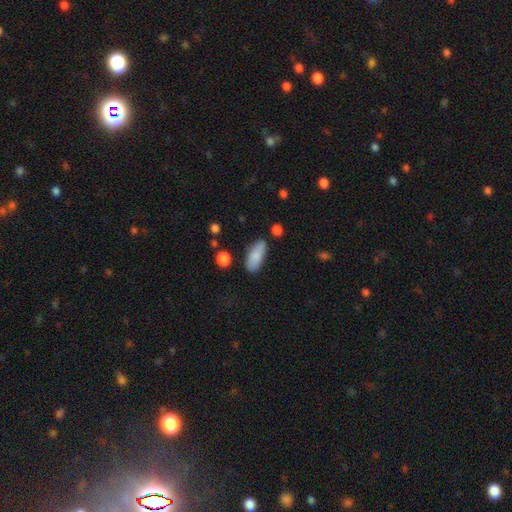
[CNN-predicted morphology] This appears to be a smooth galaxy with no disk features (85%) that is in between round and cigar-shaped (80%). Merging: none (77%).